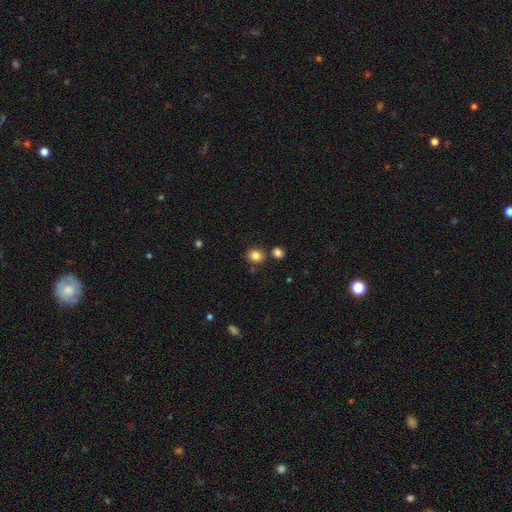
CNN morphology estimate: Smooth or featured?
  - smooth: 83% *
  - star or artifact: 11%
  - featured or disk: 6%
How rounded?
  - round: 66% *
  - in between: 33%
  - cigar-shaped: 1%
Merging?
  - none: 77% *
  - merger: 10%
  - minor disturbance: 10%
  - major disturbance: 3%